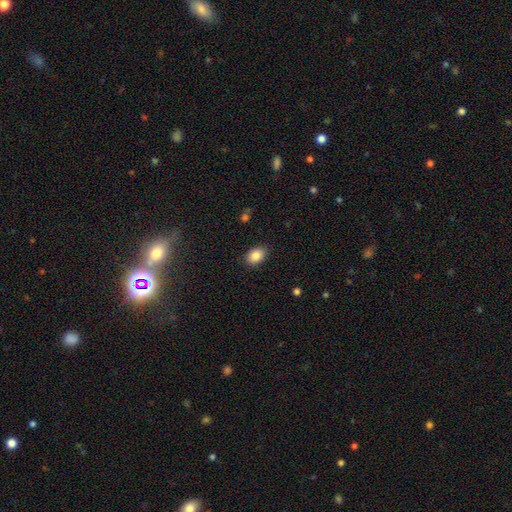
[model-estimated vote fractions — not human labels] Q: Smooth or featured?
A: smooth (87%); runner-up: star or artifact (8%)
Q: How rounded?
A: in between (81%); runner-up: round (18%)
Q: Merging?
A: none (87%); runner-up: minor disturbance (9%)